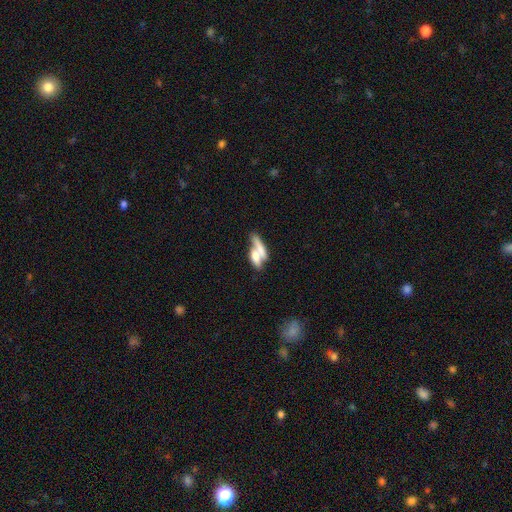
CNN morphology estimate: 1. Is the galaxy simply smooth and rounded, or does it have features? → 57% smooth, 35% featured or disk, 8% star or artifact.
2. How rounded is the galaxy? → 47% in between, 46% cigar-shaped, 7% round.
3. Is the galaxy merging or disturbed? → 59% merger, 24% none, 9% minor disturbance, 7% major disturbance.